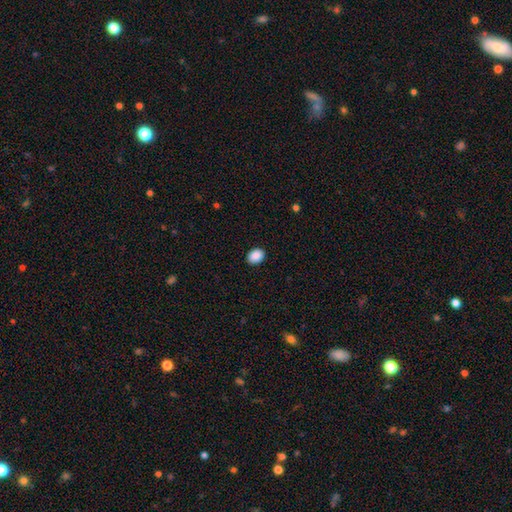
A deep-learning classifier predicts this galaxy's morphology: type=smooth (90%); roundness=in between (66%); merging=none (91%).